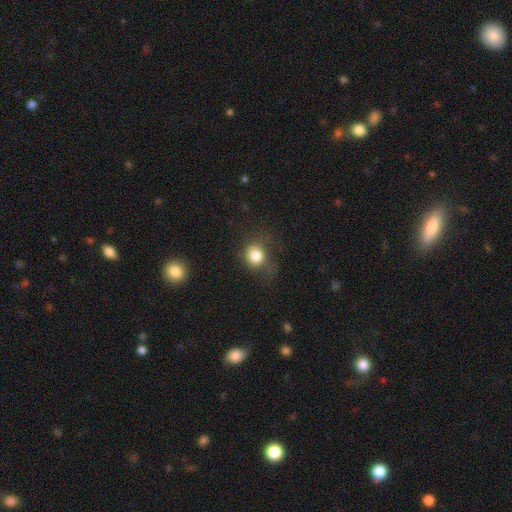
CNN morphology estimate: Smooth or featured? smooth (80%)
How rounded? round (76%)
Merging? none (54%)